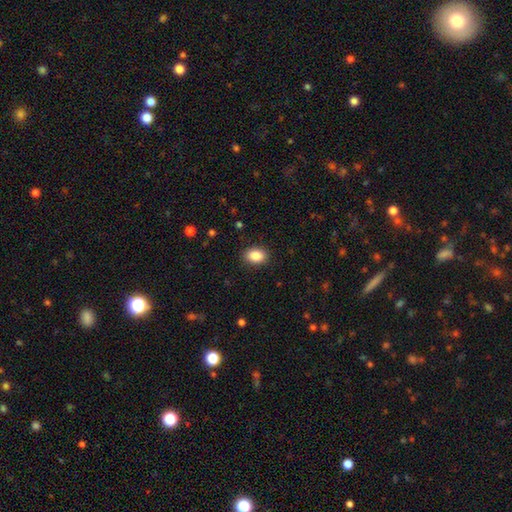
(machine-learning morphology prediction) A smooth galaxy with no disk features (87%) that is in between round and cigar-shaped (75%). Merging: none (89%).